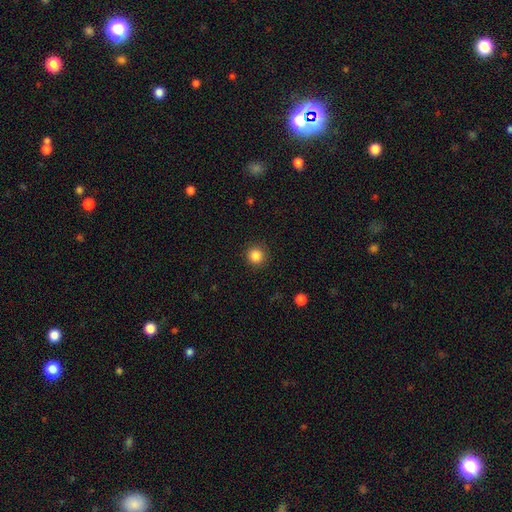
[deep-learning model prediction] Smooth or featured? Predicted: smooth (p=0.86). How rounded? Predicted: round (p=0.94). Merging? Predicted: none (p=0.91).